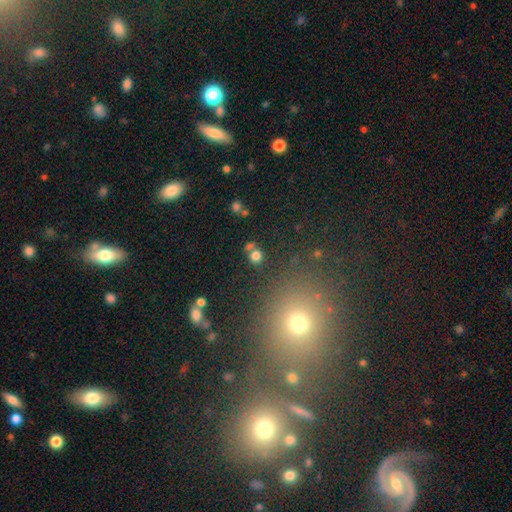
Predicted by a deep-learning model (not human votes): Overall: smooth (76%). How rounded: round (84%). Merging: none (68%).